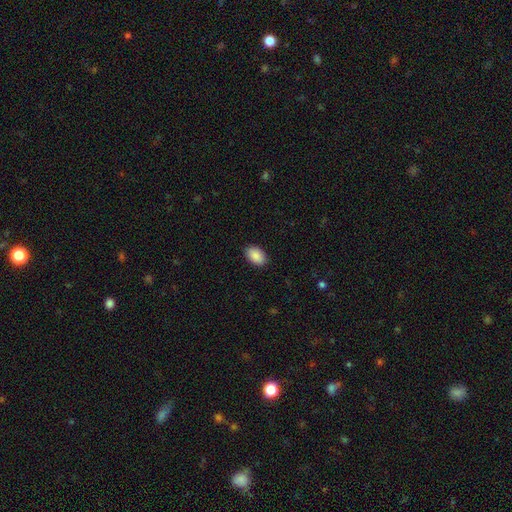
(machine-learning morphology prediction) This is clearly a smooth galaxy (90%). How rounded: clearly in between (92%). Merging: clearly none (89%).